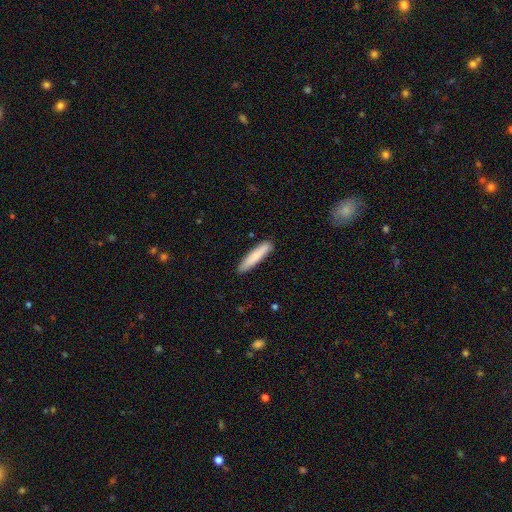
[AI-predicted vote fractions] Smooth or featured? Predicted: smooth (p=0.83). How rounded? Predicted: cigar-shaped (p=0.88). Merging? Predicted: none (p=0.89).